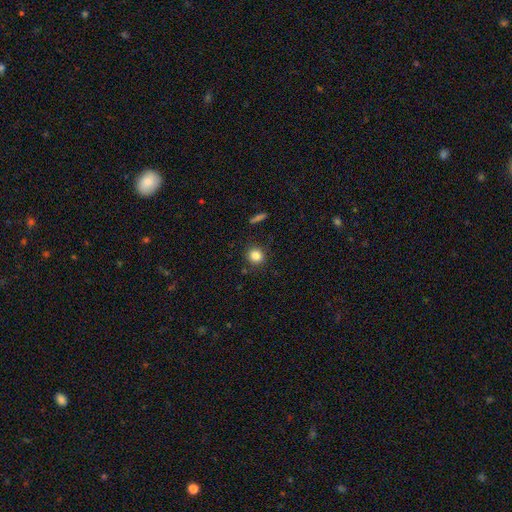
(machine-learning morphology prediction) smooth_or_featured: smooth (p=0.83) [alt: star or artifact p=0.11]
how_rounded: round (p=0.88) [alt: in between p=0.11]
merging: none (p=0.87) [alt: minor disturbance p=0.08]